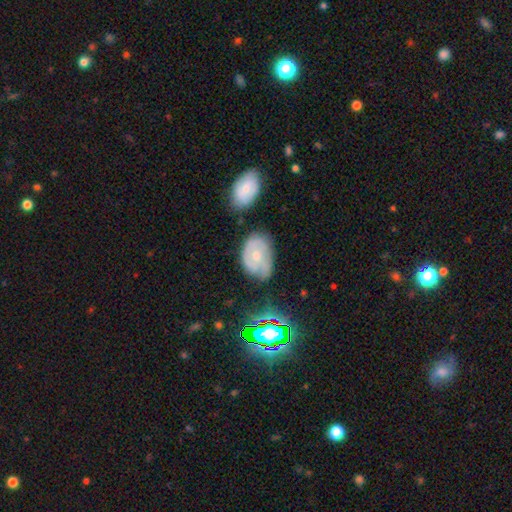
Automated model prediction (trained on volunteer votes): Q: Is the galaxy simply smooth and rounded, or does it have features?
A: featured or disk — 59%.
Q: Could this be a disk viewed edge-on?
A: no — 96%.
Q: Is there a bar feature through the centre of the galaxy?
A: no — 73%.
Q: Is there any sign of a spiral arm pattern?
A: yes — 77%.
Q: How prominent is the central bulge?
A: small — 52%.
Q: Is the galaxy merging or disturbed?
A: none — 48%.